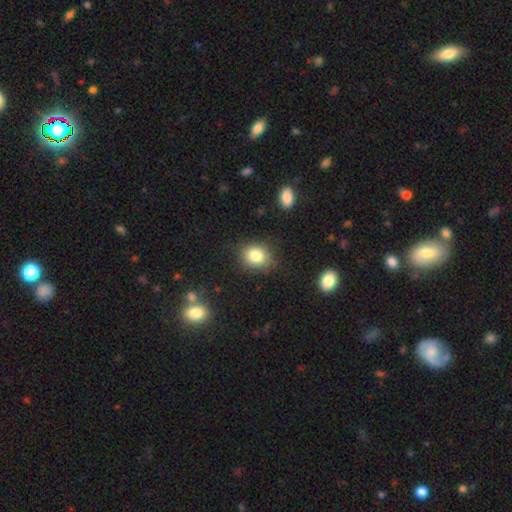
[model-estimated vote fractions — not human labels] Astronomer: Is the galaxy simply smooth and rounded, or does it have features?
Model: smooth — 82%.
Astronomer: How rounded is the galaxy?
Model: round — 60% (runner-up: in between, 39%).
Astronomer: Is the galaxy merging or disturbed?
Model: none — 83%.